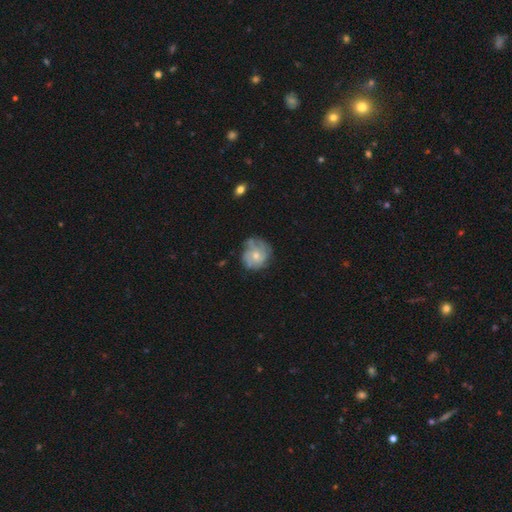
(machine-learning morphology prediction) The model was most divided on "bulge size": small: 48%, moderate: 47%, none: 2%, large: 2%, dominant: 1%. Remaining: edge-on disk — no (98%); spiral arms — yes (84%); bar — no (78%); merging — none (66%); smooth or featured — featured or disk (64%); spiral winding — tight (53%); spiral arm count — can't tell (37%).